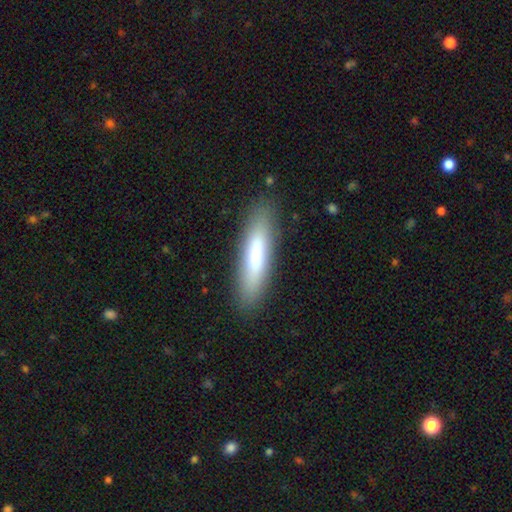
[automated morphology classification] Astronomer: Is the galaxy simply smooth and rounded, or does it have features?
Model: smooth — 71%.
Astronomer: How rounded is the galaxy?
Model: cigar-shaped — 77%.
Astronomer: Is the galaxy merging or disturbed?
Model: none — 87%.